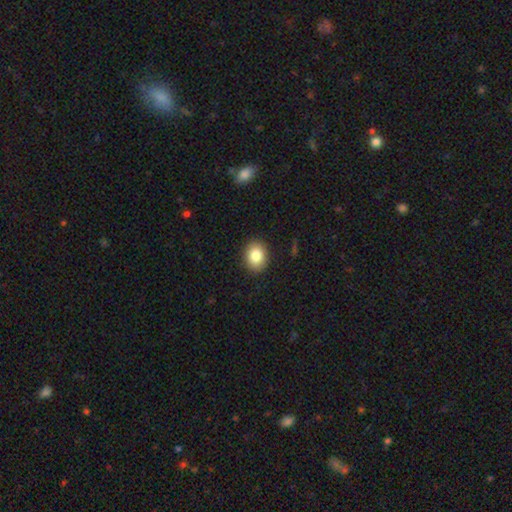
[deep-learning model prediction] Overall: smooth (84%). How rounded: in between (55%; round 44%). Merging: none (89%).